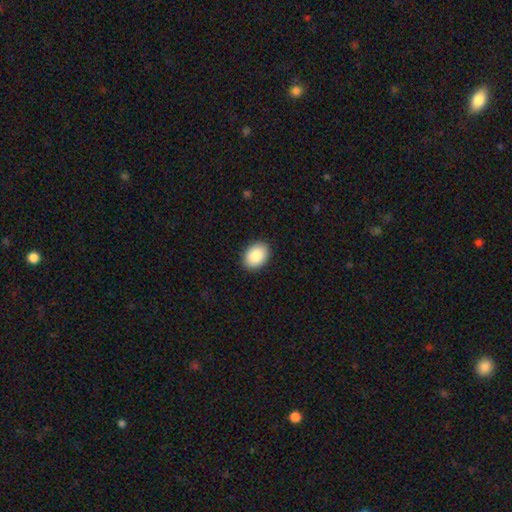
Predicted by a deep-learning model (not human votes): A smooth galaxy with no disk features (89%) that is in between round and cigar-shaped (78%).

Vote fractions:
- Smooth or featured? smooth: 89% / star or artifact: 6% / featured or disk: 5%
- How rounded? in between: 78% / round: 21% / cigar-shaped: 1%
- Merging? none: 91% / minor disturbance: 7% / major disturbance: 2% / merger: 1%